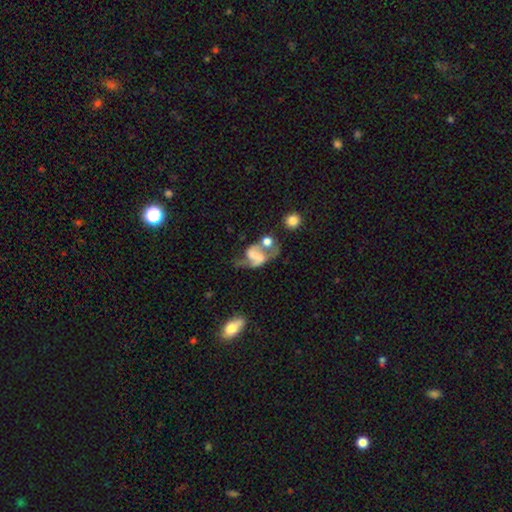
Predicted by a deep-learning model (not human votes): A featured or disk galaxy (70%) with no bar (40%), 2 (79%) loose (61%) spiral arms (80%) and no central bulge (44%).

Vote fractions:
- Smooth or featured? featured or disk: 70% / smooth: 21% / star or artifact: 9%
- Edge-on disk? no: 97% / yes: 3%
- Bar? no: 40% / weak: 37% / strong: 23%
- Spiral arms? yes: 80% / no: 20%
- Spiral winding? loose: 61% / medium: 31% / tight: 8%
- Spiral arm count? 2: 79% / 1: 12% / can't tell: 6% / 3: 1% / 4: 1% / more than 4: 1%
- Bulge size? none: 44% / small: 24% / moderate: 18% / large: 11% / dominant: 3%
- Merging? major disturbance: 29% (tied) / merger: 29% (tied) / none: 25% / minor disturbance: 16%